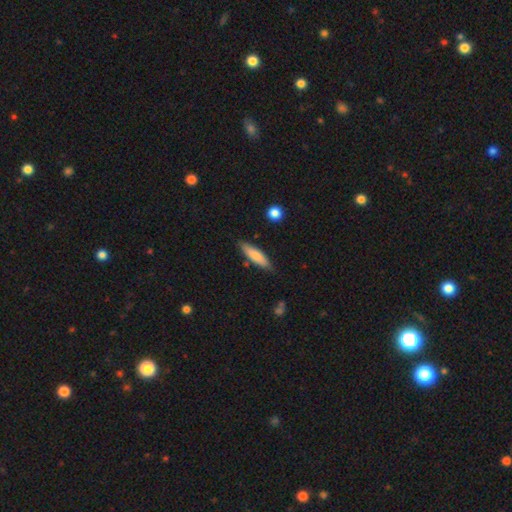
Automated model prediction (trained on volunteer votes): Smooth or featured: smooth — 78% (featured or disk — 17%)
How rounded: cigar-shaped — 66% (in between — 33%)
Merging: none — 81% (minor disturbance — 13%)